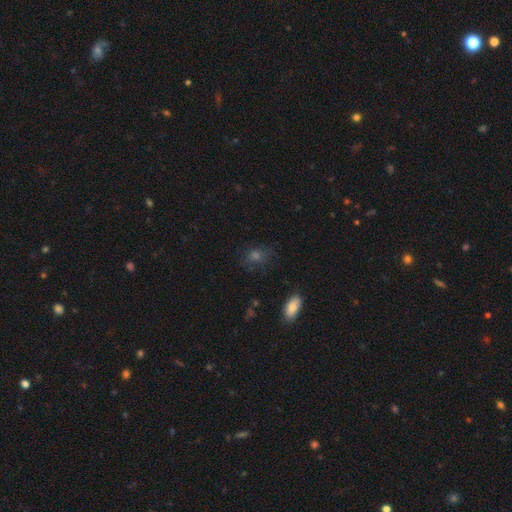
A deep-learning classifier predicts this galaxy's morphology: This appears to be a smooth galaxy with no disk features (62%) that is in between round and cigar-shaped (56%). Merging: none (74%).